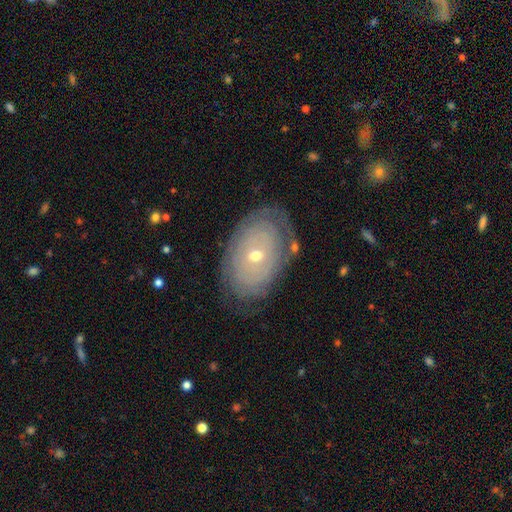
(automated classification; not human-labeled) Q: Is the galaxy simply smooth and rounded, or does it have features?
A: featured or disk — 68%.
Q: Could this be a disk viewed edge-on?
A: no — 94%.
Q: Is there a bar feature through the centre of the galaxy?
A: no — 85%.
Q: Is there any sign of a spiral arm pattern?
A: yes — 63%.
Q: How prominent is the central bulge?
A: small — 57%.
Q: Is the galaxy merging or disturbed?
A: none — 74%.